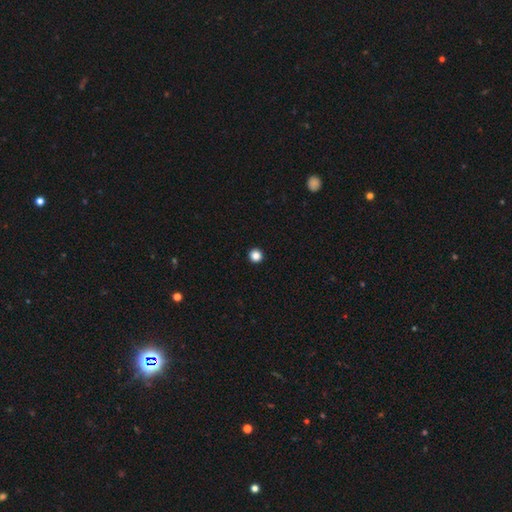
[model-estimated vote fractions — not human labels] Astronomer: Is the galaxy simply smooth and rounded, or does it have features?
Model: smooth — 85%.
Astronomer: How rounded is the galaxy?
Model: round — 96%.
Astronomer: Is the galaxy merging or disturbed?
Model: none — 94%.